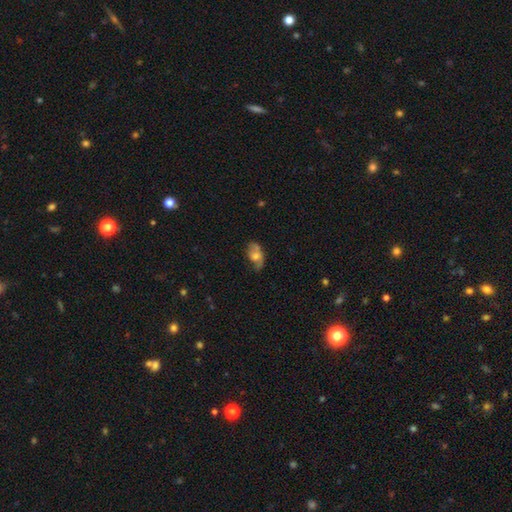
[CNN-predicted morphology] smooth-or-featured: smooth: 54% | featured or disk: 38% | star or artifact: 8%
  how-rounded: in between: 88% | round: 9% | cigar-shaped: 3%
  merging: none: 51% | minor disturbance: 31% | major disturbance: 11% | merger: 7%